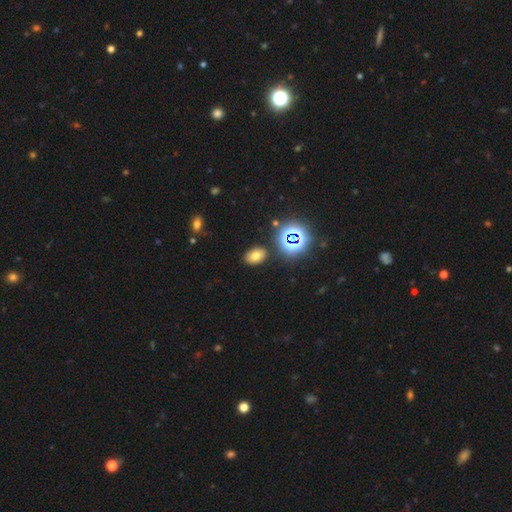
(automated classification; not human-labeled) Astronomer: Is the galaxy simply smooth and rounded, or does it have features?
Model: smooth — 66%.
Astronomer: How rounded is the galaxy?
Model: in between — 81%.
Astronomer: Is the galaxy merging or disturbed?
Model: none — 85%.